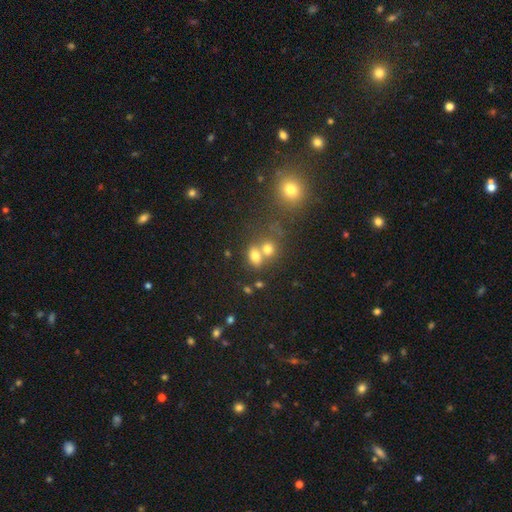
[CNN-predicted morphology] Overall: smooth (71%). How rounded: in between (63%; round 35%). Merging: merger (47%; none 39%).